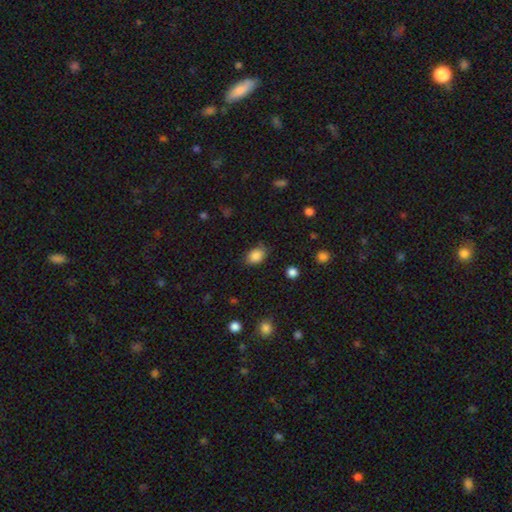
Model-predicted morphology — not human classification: type=smooth (86%); roundness=in between (77%); merging=none (75%).